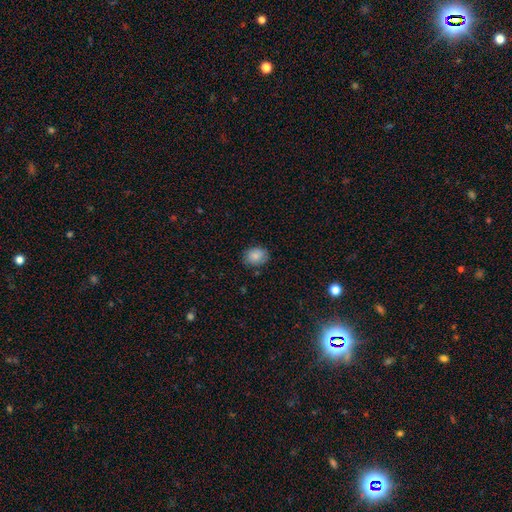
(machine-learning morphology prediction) Smooth or featured?
  - smooth: 83% *
  - featured or disk: 9%
  - star or artifact: 8%
How rounded?
  - in between: 51% *
  - round: 48%
  - cigar-shaped: 1%
Merging?
  - none: 80% *
  - minor disturbance: 16%
  - major disturbance: 3%
  - merger: 1%